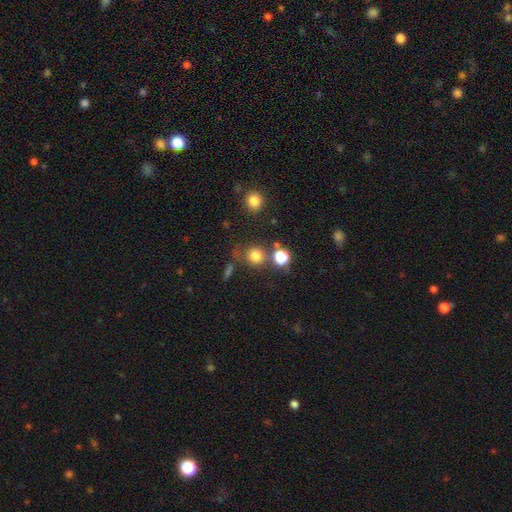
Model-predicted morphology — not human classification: Smooth or featured?
  - smooth: 77% *
  - star or artifact: 15%
  - featured or disk: 8%
How rounded?
  - round: 86% *
  - in between: 13%
  - cigar-shaped: 1%
Merging?
  - none: 65% *
  - merger: 15%
  - minor disturbance: 13%
  - major disturbance: 7%